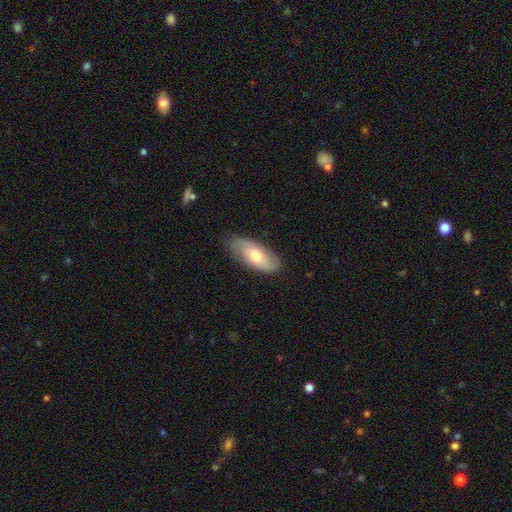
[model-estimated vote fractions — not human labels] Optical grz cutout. It shows a featured or disk galaxy (49%). Merging: none (78%).